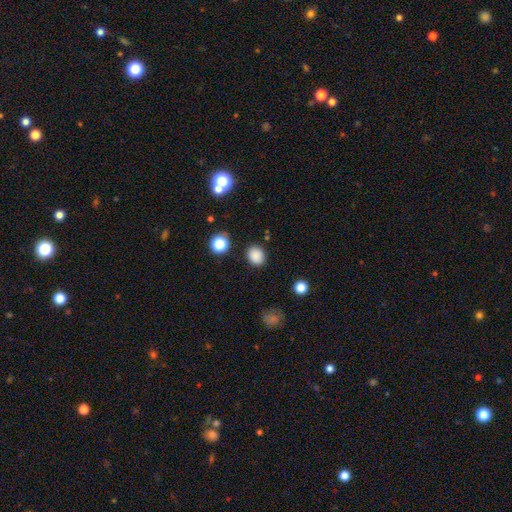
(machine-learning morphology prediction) Smooth or featured?
  - smooth: 85% *
  - star or artifact: 11%
  - featured or disk: 4%
How rounded?
  - round: 60% *
  - in between: 39%
  - cigar-shaped: 1%
Merging?
  - none: 86% *
  - minor disturbance: 9%
  - major disturbance: 3%
  - merger: 2%